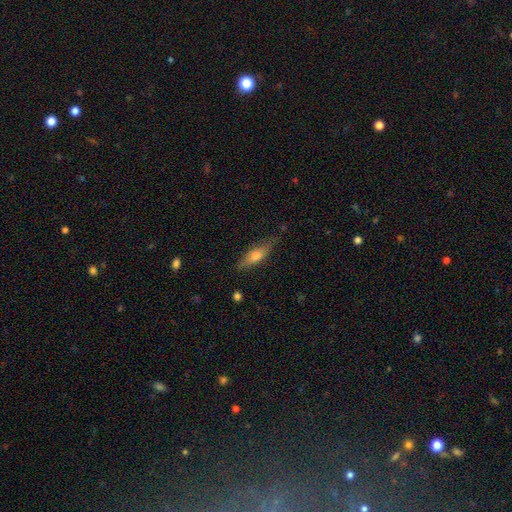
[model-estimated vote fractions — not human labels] A smooth galaxy with no disk features (55%) that is cigar-shaped (59%).

Vote fractions:
- Smooth or featured? smooth: 55% / featured or disk: 38% / star or artifact: 7%
- How rounded? cigar-shaped: 59% / in between: 39% / round: 2%
- Merging? none: 76% / minor disturbance: 18% / major disturbance: 4% / merger: 2%